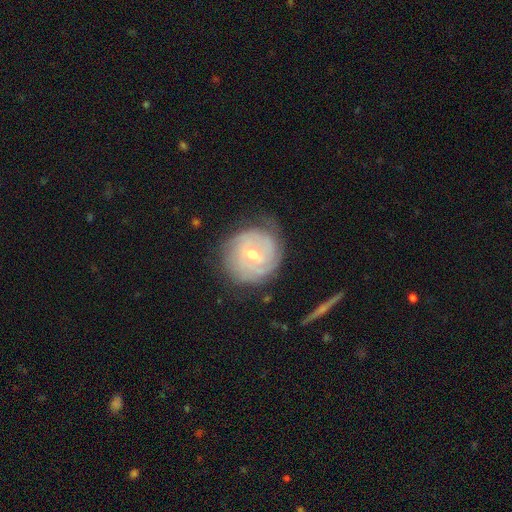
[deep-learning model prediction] Q: Smooth or featured?
A: featured or disk (73%); runner-up: smooth (19%)
Q: Edge-on disk?
A: no (95%); runner-up: yes (5%)
Q: Bar?
A: weak (54%); runner-up: no (25%)
Q: Spiral arms?
A: yes (83%); runner-up: no (17%)
Q: Spiral winding?
A: tight (72%); runner-up: medium (21%)
Q: Spiral arm count?
A: can't tell (47%); runner-up: 2 (27%)
Q: Bulge size?
A: moderate (56%); runner-up: small (40%)
Q: Merging?
A: none (72%); runner-up: minor disturbance (19%)